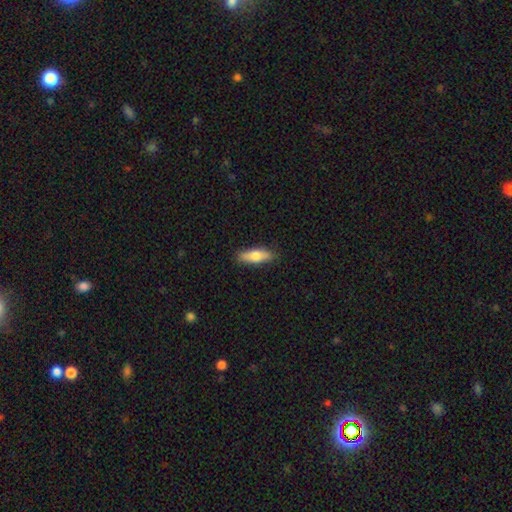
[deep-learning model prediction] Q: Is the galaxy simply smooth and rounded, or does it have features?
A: smooth — 72%.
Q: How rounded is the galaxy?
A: in between — 58%.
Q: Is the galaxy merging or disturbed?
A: none — 86%.